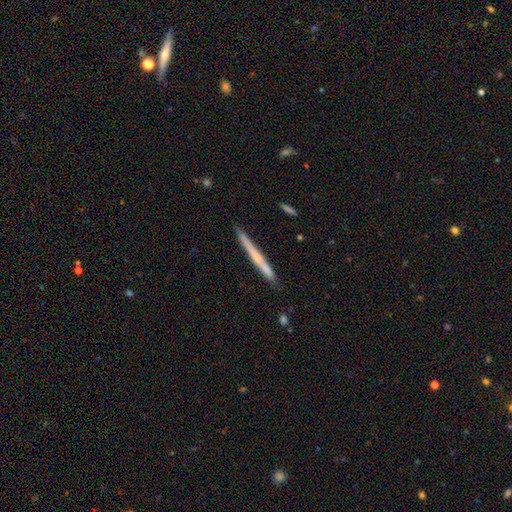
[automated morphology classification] This is possibly a smooth galaxy (48%). Merging: clearly none (88%).